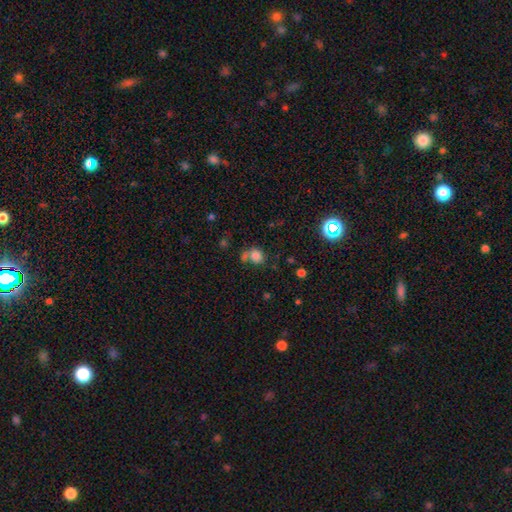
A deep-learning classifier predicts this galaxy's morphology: This appears to be a smooth galaxy with no disk features (79%) that is round (63%). Merging: none (52%).